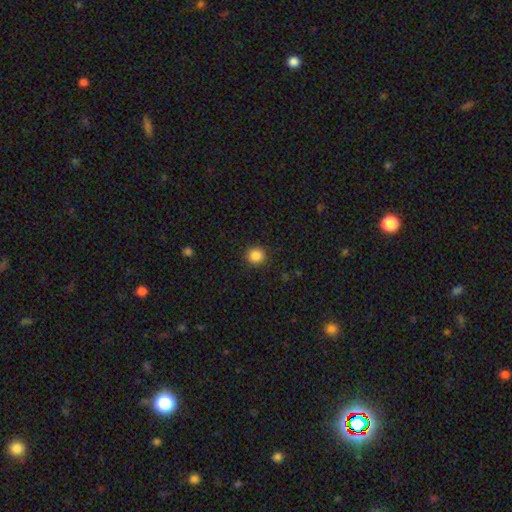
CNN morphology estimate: A smooth galaxy with no disk features (86%) that is round (93%). Merging: none (91%).